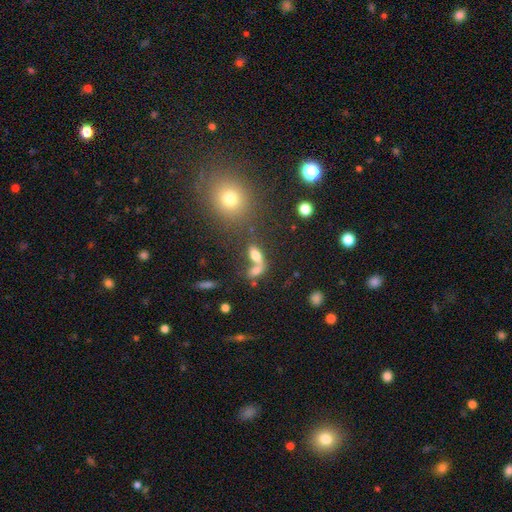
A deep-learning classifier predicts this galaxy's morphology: type=smooth (67%); roundness=in between (73%); merging=merger (55%).